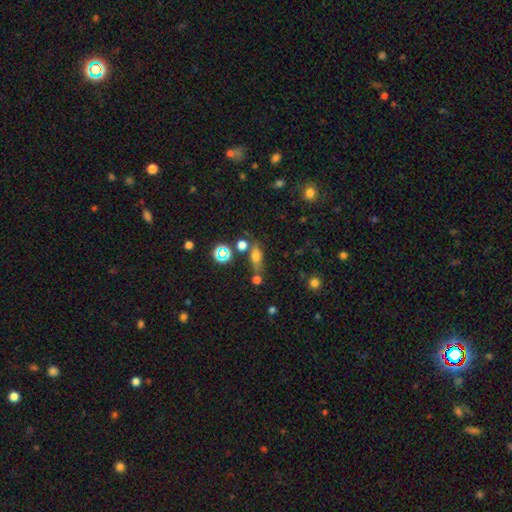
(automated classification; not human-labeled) Overall: smooth (64%). How rounded: in between (59%; cigar-shaped 23%). Merging: none (53%; merger 20%).